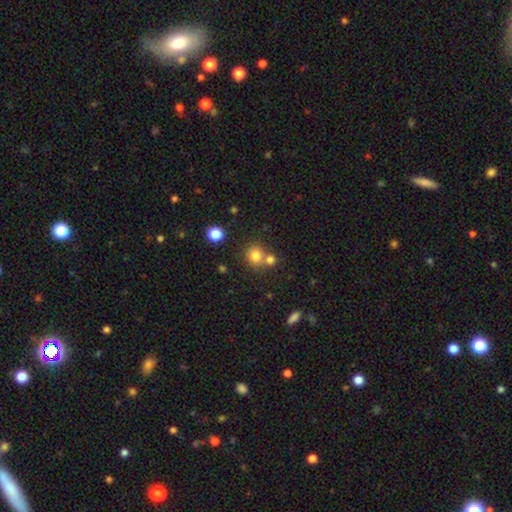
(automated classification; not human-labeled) smooth_or_featured: smooth (p=0.79) [alt: star or artifact p=0.14]
how_rounded: round (p=0.85) [alt: in between p=0.14]
merging: none (p=0.57) [alt: merger p=0.33]